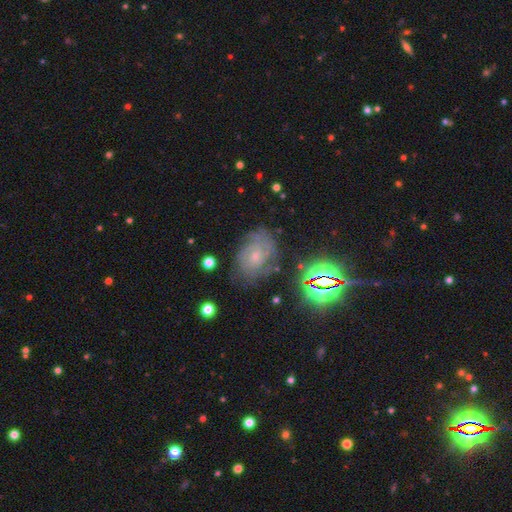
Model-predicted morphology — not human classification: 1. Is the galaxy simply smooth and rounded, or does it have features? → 65% featured or disk, 18% smooth, 17% star or artifact.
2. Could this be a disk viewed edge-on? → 96% no, 4% yes.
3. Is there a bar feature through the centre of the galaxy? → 71% no, 24% weak, 4% strong.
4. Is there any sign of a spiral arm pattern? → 88% yes, 12% no.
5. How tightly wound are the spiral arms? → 65% tight, 27% medium, 8% loose.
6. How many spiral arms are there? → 49% can't tell, 22% 2, 13% 3, 7% 4, 5% 1, 4% more than 4.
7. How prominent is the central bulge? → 63% small, 30% moderate, 4% none, 2% large, 1% dominant.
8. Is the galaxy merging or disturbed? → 69% none, 20% minor disturbance, 8% major disturbance, 2% merger.